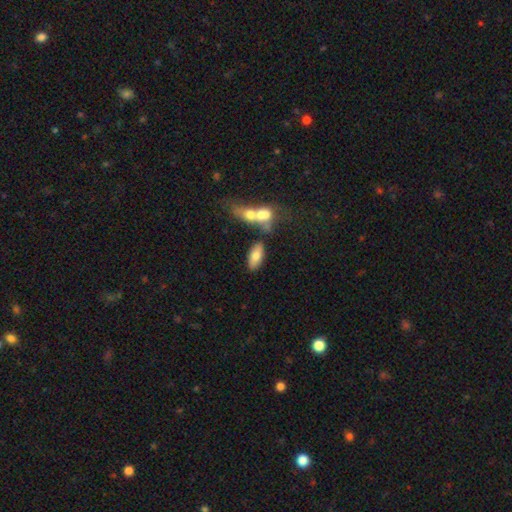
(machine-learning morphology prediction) This is likely a smooth galaxy (73%). How rounded: clearly in between (82%). Merging: likely none (63%).